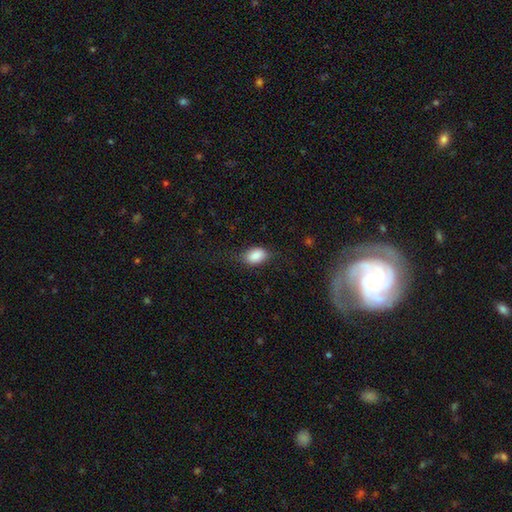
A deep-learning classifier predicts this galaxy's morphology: smooth 85%, star or artifact 8%, featured or disk 7%. Down the decision tree: how rounded — in between (87%); merging — none (71%).